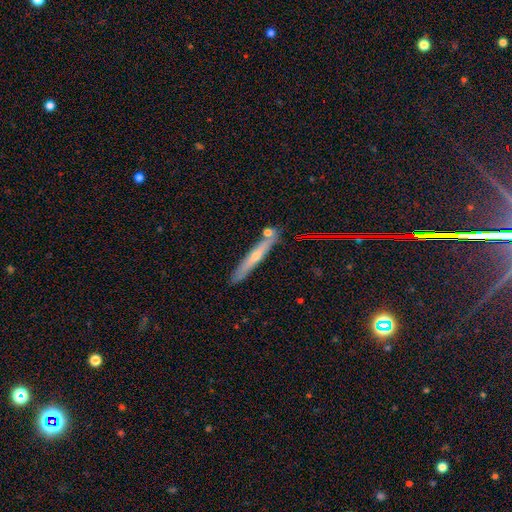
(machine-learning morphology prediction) A featured or disk galaxy (51%) viewed edge-on (90%). Merging: none (81%).